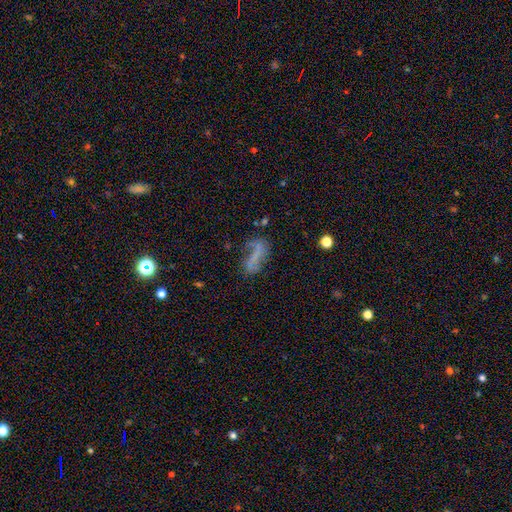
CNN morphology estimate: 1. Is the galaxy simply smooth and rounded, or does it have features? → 52% featured or disk, 33% smooth, 15% star or artifact.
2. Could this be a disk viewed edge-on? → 91% no, 9% yes.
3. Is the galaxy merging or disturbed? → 48% none, 23% major disturbance, 22% minor disturbance, 7% merger.